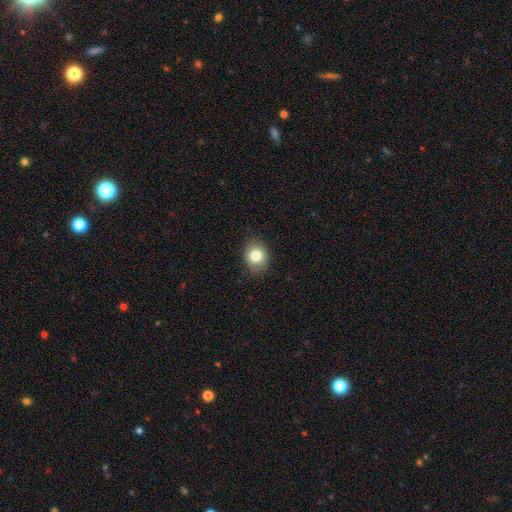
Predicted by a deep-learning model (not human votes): Overall: smooth (82%). How rounded: round (54%; in between 45%). Merging: none (83%).